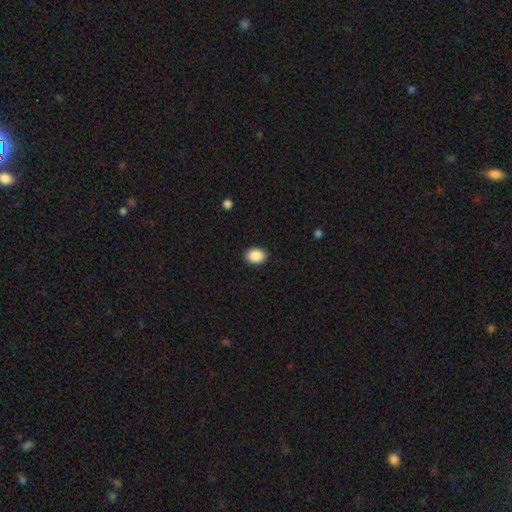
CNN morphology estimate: A smooth galaxy with no disk features (89%) that is in between round and cigar-shaped (70%).

Vote fractions:
- Smooth or featured? smooth: 89% / star or artifact: 8% / featured or disk: 3%
- How rounded? in between: 70% / round: 29% / cigar-shaped: 1%
- Merging? none: 90% / minor disturbance: 7% / major disturbance: 2% / merger: 1%